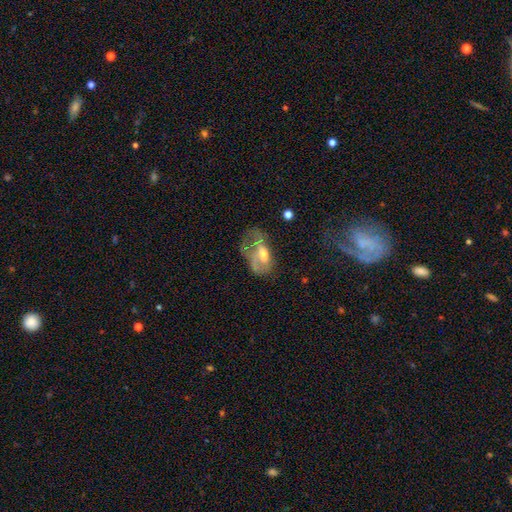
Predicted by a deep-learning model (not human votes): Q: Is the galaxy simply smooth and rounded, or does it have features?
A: featured or disk — 53%.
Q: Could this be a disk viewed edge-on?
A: no — 92%.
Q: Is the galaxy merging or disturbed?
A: major disturbance — 49%.